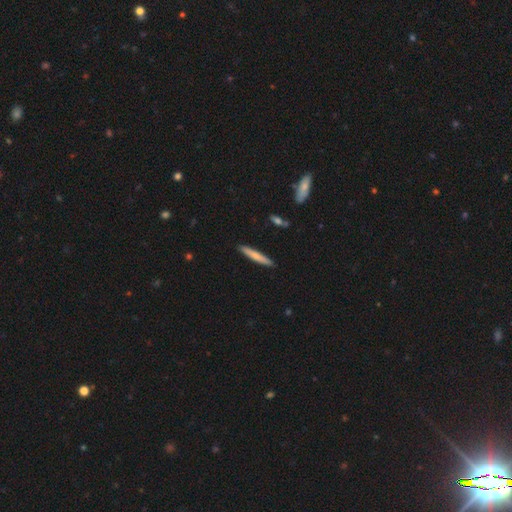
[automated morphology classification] This appears to be a smooth galaxy with no disk features (68%) that is cigar-shaped (94%). Merging: none (90%).